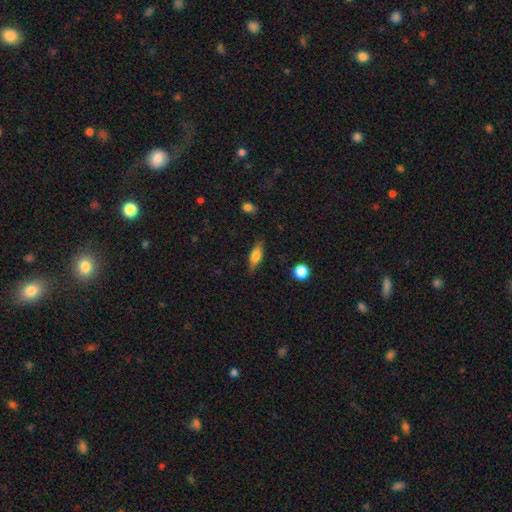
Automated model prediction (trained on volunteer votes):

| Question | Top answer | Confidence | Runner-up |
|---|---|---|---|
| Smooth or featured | smooth | 66% | featured or disk (26%) |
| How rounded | in between | 59% | cigar-shaped (37%) |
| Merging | none | 82% | minor disturbance (13%) |